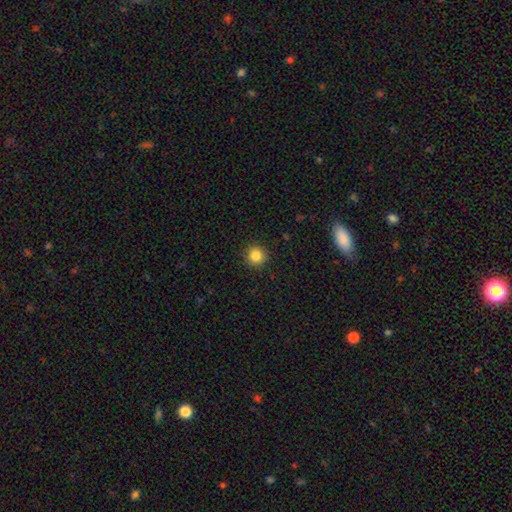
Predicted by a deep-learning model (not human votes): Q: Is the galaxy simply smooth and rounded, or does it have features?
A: smooth — 84%.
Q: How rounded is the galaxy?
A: round — 94%.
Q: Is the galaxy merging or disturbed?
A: none — 91%.